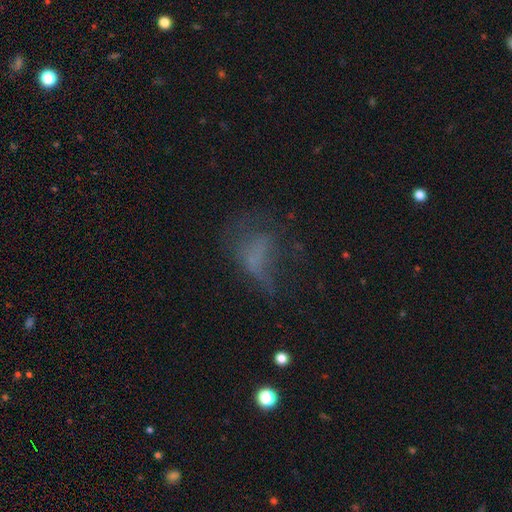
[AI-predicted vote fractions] Morphology: type=smooth (42%); merging=major disturbance (44%).